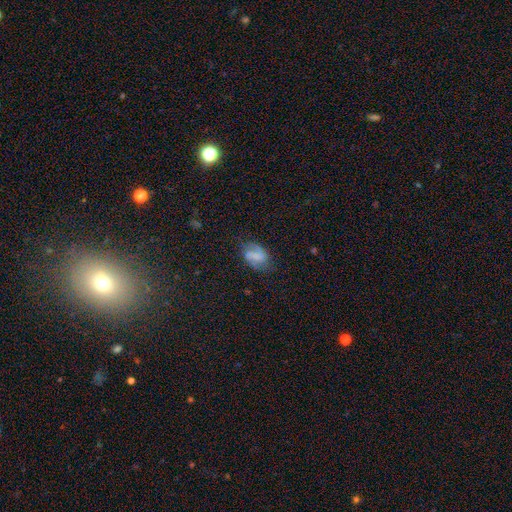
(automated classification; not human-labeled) smooth_or_featured: featured or disk (p=0.59) [alt: smooth p=0.31]
disk_edge_on: no (p=0.97) [alt: yes p=0.03]
bar: weak (p=0.43) [alt: no p=0.31]
has_spiral_arms: yes (p=0.89) [alt: no p=0.11]
spiral_winding: medium (p=0.44) [alt: loose p=0.35]
spiral_arm_count: 2 (p=0.82) [alt: 1 p=0.08]
bulge_size: none (p=0.54) [alt: small p=0.21]
merging: none (p=0.66) [alt: minor disturbance p=0.21]